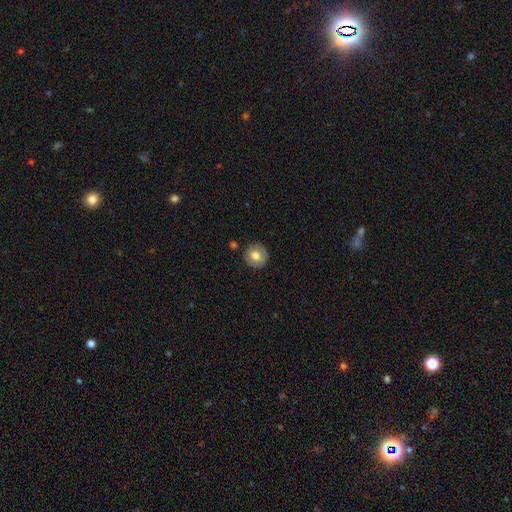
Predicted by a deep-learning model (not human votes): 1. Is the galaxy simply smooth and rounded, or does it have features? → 66% smooth, 27% featured or disk, 7% star or artifact.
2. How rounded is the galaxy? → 90% round, 9% in between, 1% cigar-shaped.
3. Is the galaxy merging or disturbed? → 86% none, 9% minor disturbance, 2% major disturbance, 2% merger.